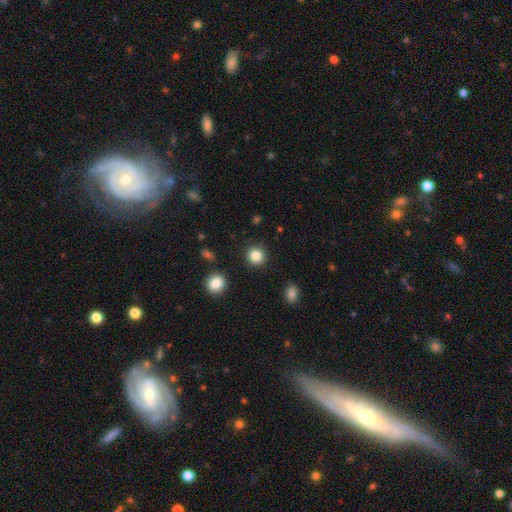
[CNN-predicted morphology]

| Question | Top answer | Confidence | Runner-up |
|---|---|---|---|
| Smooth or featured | smooth | 85% | star or artifact (11%) |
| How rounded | round | 92% | in between (7%) |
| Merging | none | 90% | minor disturbance (6%) |